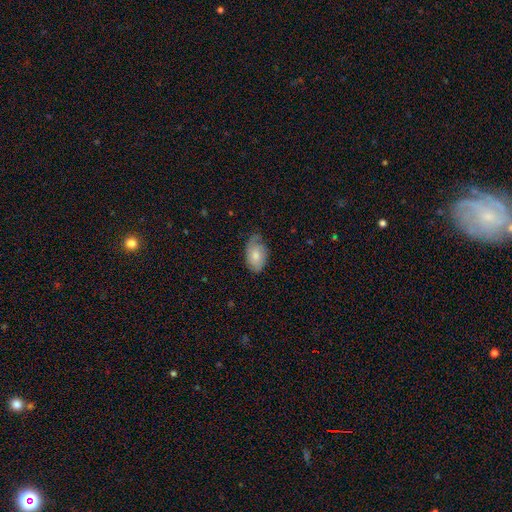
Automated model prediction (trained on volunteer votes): A smooth galaxy with no disk features (67%) that is in between round and cigar-shaped (91%).

Vote fractions:
- Smooth or featured? smooth: 67% / featured or disk: 27% / star or artifact: 6%
- How rounded? in between: 91% / round: 7% / cigar-shaped: 2%
- Merging? none: 58% / minor disturbance: 33% / major disturbance: 8% / merger: 1%